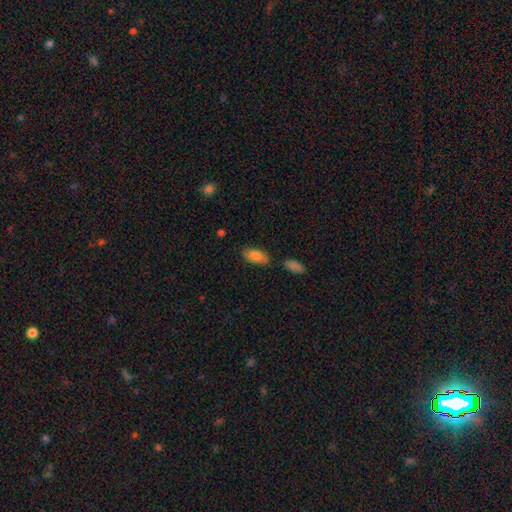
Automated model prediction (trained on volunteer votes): Smooth or featured?
  - smooth: 84% *
  - featured or disk: 9%
  - star or artifact: 7%
How rounded?
  - in between: 88% *
  - cigar-shaped: 10%
  - round: 2%
Merging?
  - none: 75% *
  - minor disturbance: 14%
  - merger: 7%
  - major disturbance: 3%